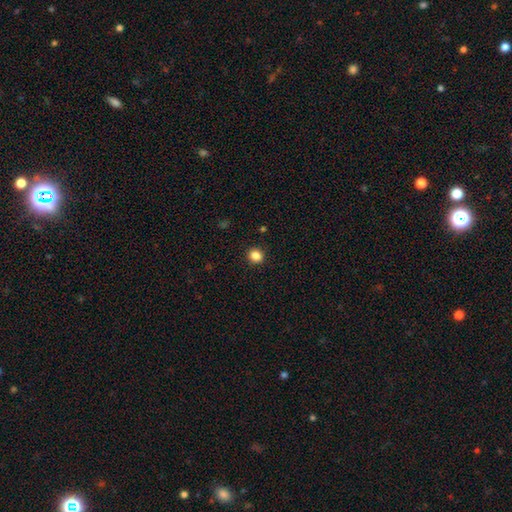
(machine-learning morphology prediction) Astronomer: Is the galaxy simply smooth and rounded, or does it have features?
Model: smooth — 85%.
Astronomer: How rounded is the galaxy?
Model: round — 85%.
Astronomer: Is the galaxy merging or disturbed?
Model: none — 91%.